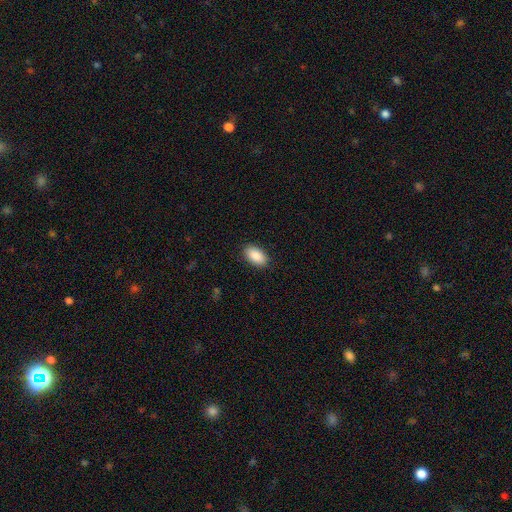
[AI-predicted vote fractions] The model was most divided on "merging": none: 89%, minor disturbance: 8%, major disturbance: 2%, merger: 1%. More confident: how rounded — in between (94%); smooth or featured — smooth (90%).